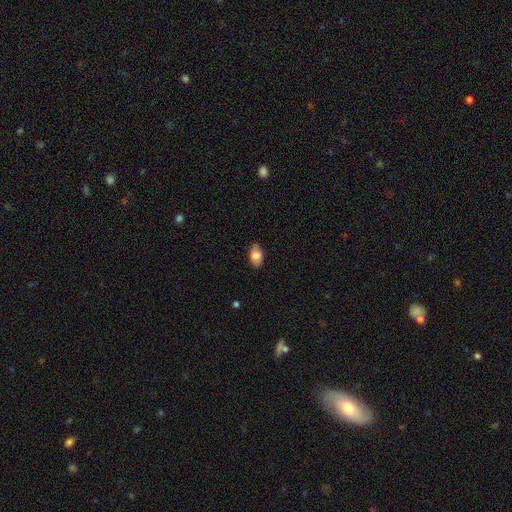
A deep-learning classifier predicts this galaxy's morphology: Smooth or featured: smooth — 81% (featured or disk — 12%)
How rounded: in between — 90% (round — 8%)
Merging: none — 81% (minor disturbance — 15%)